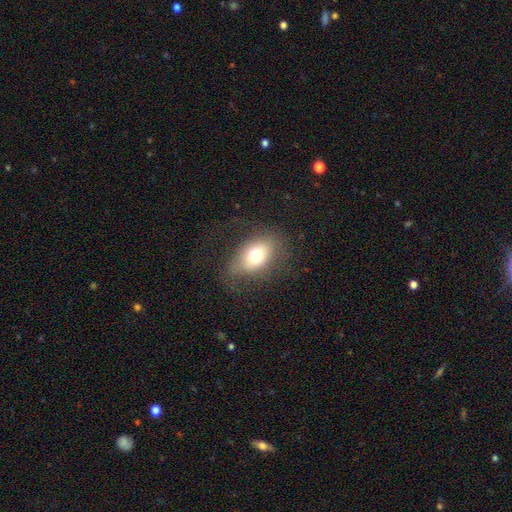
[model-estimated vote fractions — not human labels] Smooth or featured: smooth — 67% (featured or disk — 23%)
How rounded: in between — 79% (round — 19%)
Merging: none — 66% (minor disturbance — 19%)